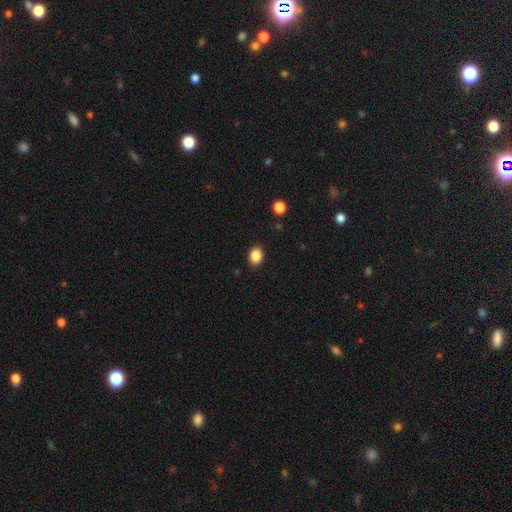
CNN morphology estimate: smooth-or-featured: smooth: 87% | star or artifact: 9% | featured or disk: 4%
  how-rounded: in between: 65% | round: 34% | cigar-shaped: 1%
  merging: none: 89% | minor disturbance: 8% | major disturbance: 2% | merger: 1%